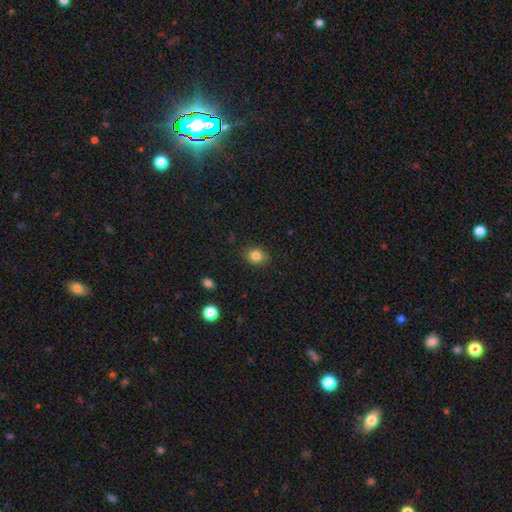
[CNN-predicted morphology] A smooth galaxy with no disk features (83%) that is round (57%).

Vote fractions:
- Smooth or featured? smooth: 83% / star or artifact: 11% / featured or disk: 6%
- How rounded? round: 57% / in between: 42% / cigar-shaped: 1%
- Merging? none: 83% / minor disturbance: 13% / major disturbance: 3% / merger: 1%